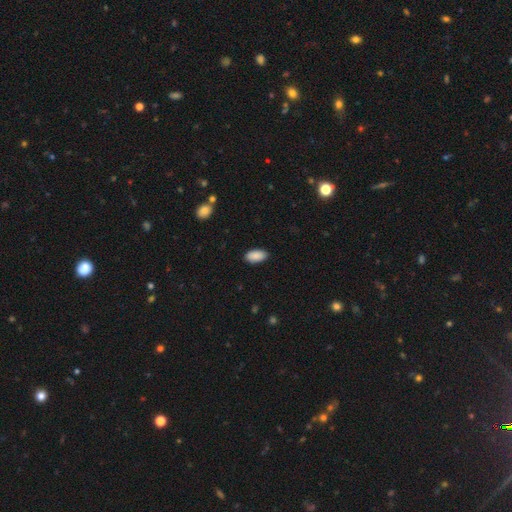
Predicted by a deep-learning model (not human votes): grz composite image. It shows a smooth galaxy with no disk features (90%) that is in between round and cigar-shaped (94%). Merging: none (88%).